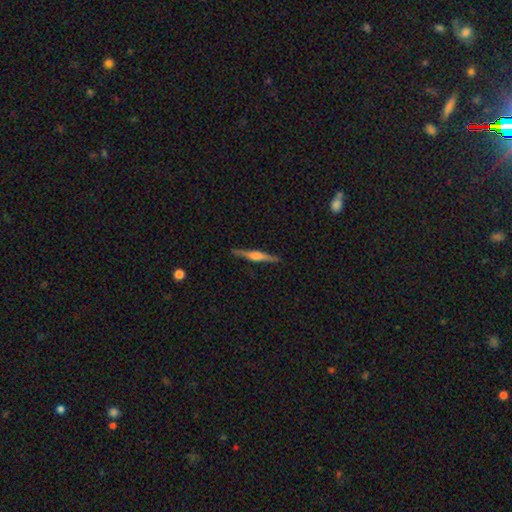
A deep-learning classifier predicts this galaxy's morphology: smooth-or-featured: featured or disk: 70% | smooth: 24% | star or artifact: 6%
  disk-edge-on: yes: 98% | no: 2%
    edge-on-bulge: rounded: 69% | boxy: 24% | none: 8%
  merging: none: 89% | minor disturbance: 8% | major disturbance: 2% | merger: 1%